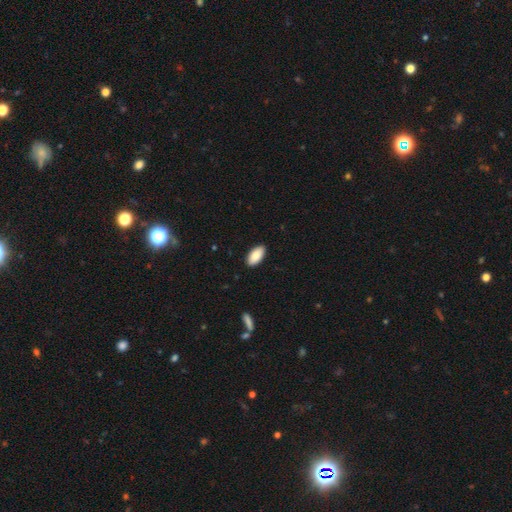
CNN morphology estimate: smooth-or-featured: smooth: 87% | featured or disk: 7% | star or artifact: 6%
  how-rounded: in between: 94% | cigar-shaped: 4% | round: 2%
  merging: none: 90% | minor disturbance: 7% | major disturbance: 2% | merger: 1%